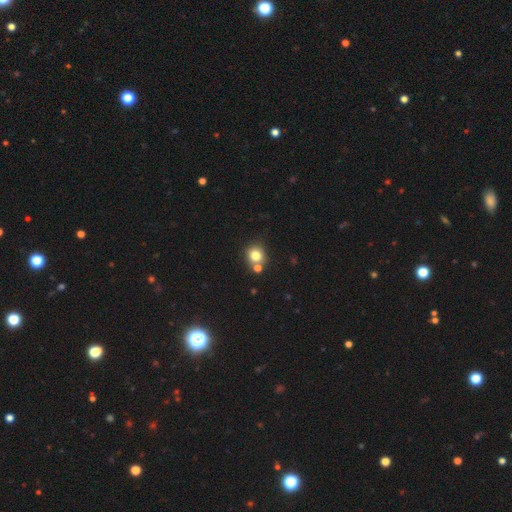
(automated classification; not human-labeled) The model was most divided on "merging": none: 65%, merger: 23%, minor disturbance: 9%, major disturbance: 3%. More confident: how rounded — round (86%); smooth or featured — smooth (79%).